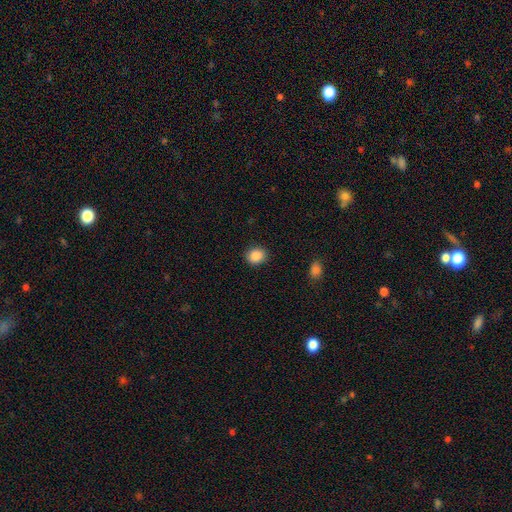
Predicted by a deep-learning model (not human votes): Q: Smooth or featured?
A: smooth (88%); runner-up: star or artifact (9%)
Q: How rounded?
A: round (71%); runner-up: in between (28%)
Q: Merging?
A: none (89%); runner-up: minor disturbance (7%)